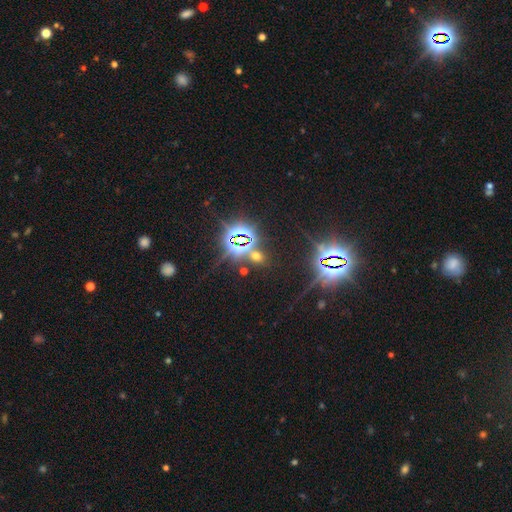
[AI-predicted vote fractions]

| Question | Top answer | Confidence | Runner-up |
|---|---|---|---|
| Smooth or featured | star or artifact | 67% | smooth (25%) |